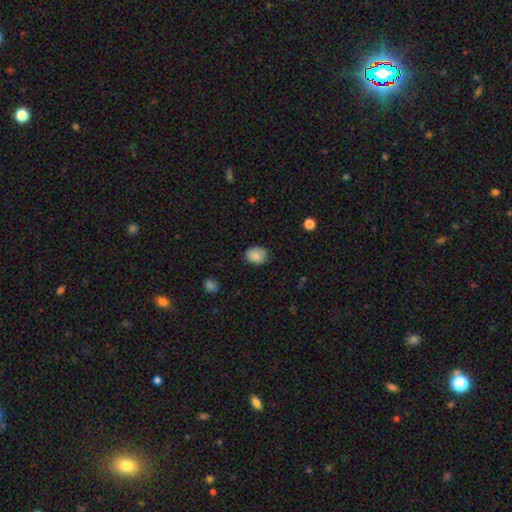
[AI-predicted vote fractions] A smooth galaxy with no disk features (81%) that is in between round and cigar-shaped (56%). Merging: none (72%).